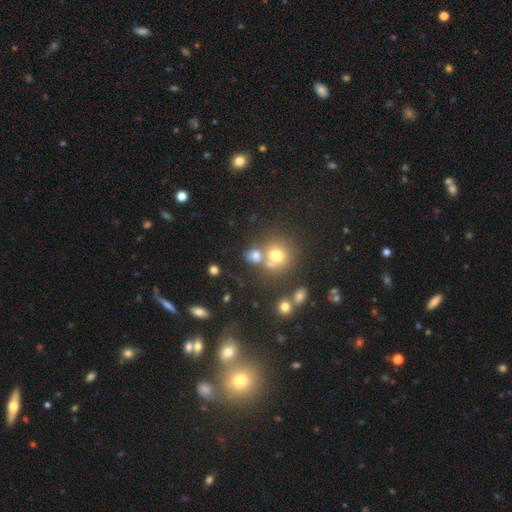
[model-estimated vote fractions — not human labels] A smooth galaxy with no disk features (69%) that is round (69%). Merging: none (46%).